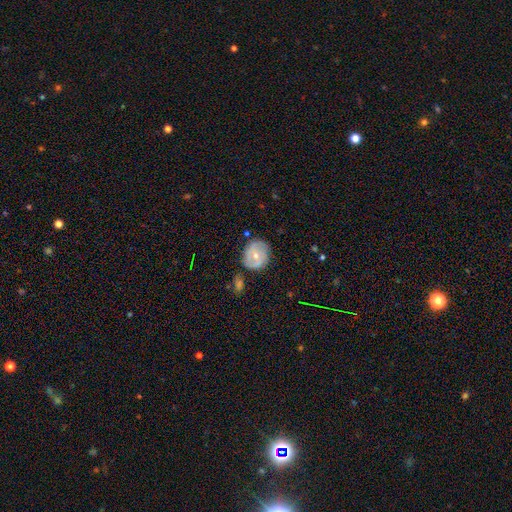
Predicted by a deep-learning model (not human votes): Overall: featured or disk (54%; smooth 40%). Edge-on disk: no (96%). Bar: no (61%; weak 31%). Spiral arms: yes (65%; no 35%). Bulge size: small (50%; moderate 47%). Merging: none (61%; minor disturbance 26%).